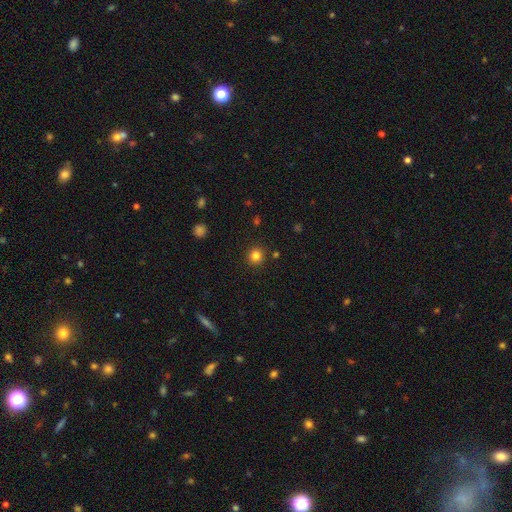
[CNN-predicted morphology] Smooth or featured? Predicted: smooth (p=0.82). How rounded? Predicted: round (p=0.93). Merging? Predicted: none (p=0.90).